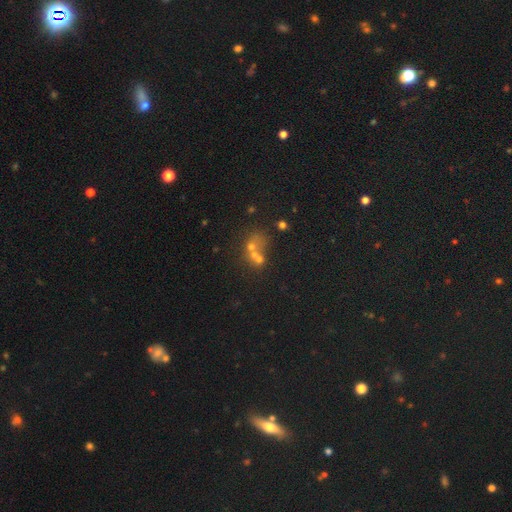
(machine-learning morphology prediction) This is marginally a smooth galaxy (43%). Merging: possibly merger (55%).